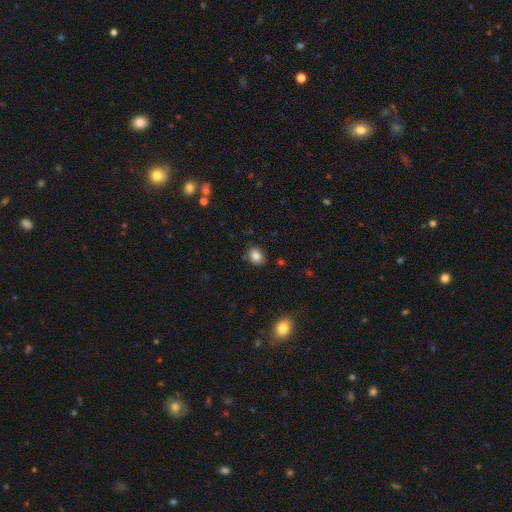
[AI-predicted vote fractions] Morphology: type=smooth (85%); roundness=in between (56%); merging=none (82%).